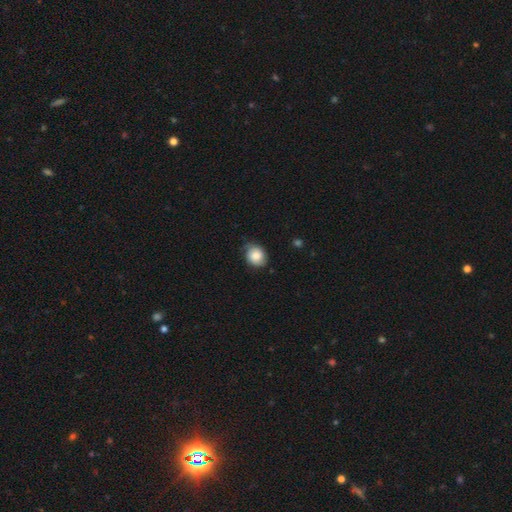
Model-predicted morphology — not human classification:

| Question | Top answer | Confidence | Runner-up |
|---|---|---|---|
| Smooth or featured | smooth | 75% | featured or disk (17%) |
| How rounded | round | 61% | in between (38%) |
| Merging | none | 63% | minor disturbance (30%) |